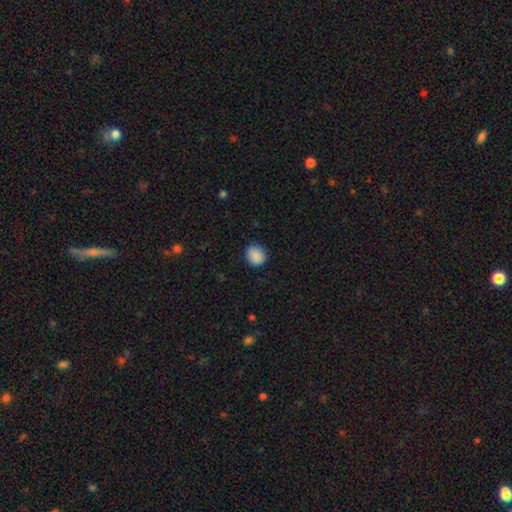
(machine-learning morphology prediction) A smooth galaxy with no disk features (89%) that is round (74%). Merging: none (85%).